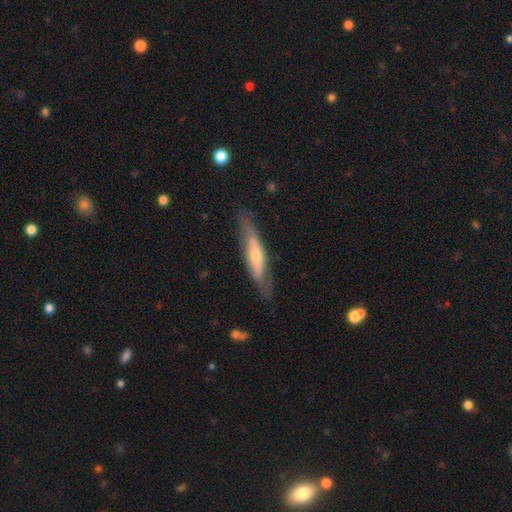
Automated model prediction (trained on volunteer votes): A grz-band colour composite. It shows a featured or disk galaxy (54%) viewed edge-on (71%). Merging: none (74%).